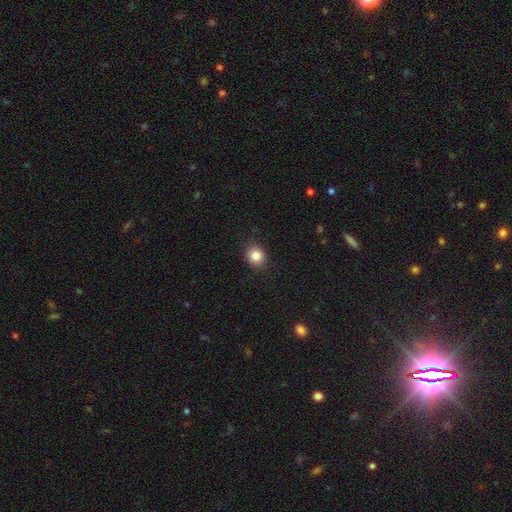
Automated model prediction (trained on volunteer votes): Smooth or featured?
  - smooth: 84% *
  - star or artifact: 10%
  - featured or disk: 6%
How rounded?
  - round: 71% *
  - in between: 28%
  - cigar-shaped: 1%
Merging?
  - none: 89% *
  - minor disturbance: 8%
  - major disturbance: 2%
  - merger: 1%